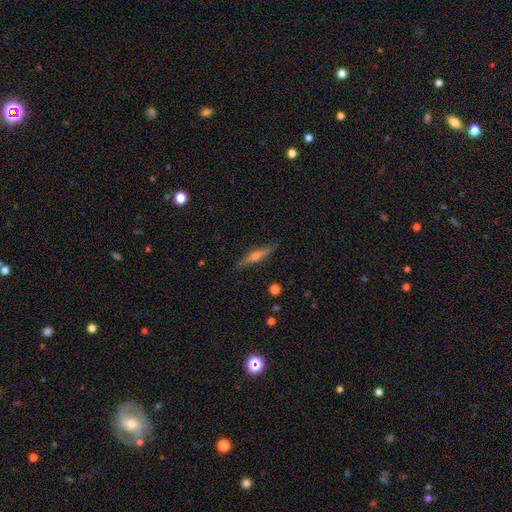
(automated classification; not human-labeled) This appears to be a featured or disk galaxy (66%) viewed edge-on (97%) with a rounded central bulge (89%). Merging: none (89%).